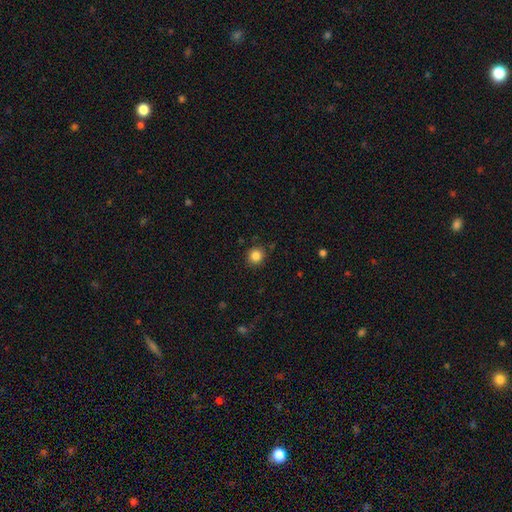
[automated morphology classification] Smooth or featured: smooth — 85% (star or artifact — 11%)
How rounded: round — 88% (in between — 11%)
Merging: none — 89% (minor disturbance — 7%)